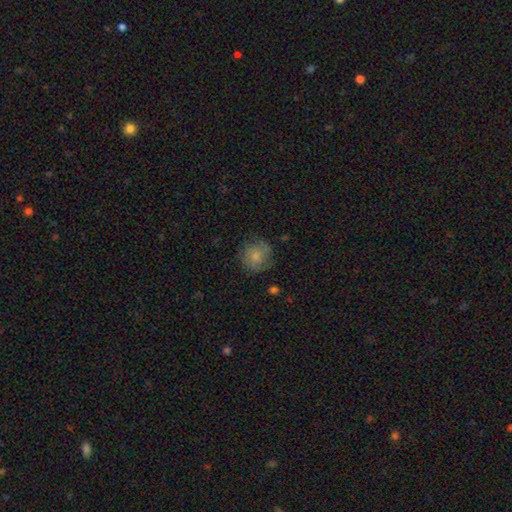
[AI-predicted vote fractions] This is likely a smooth galaxy (70%). How rounded: clearly round (89%). Merging: likely none (73%).